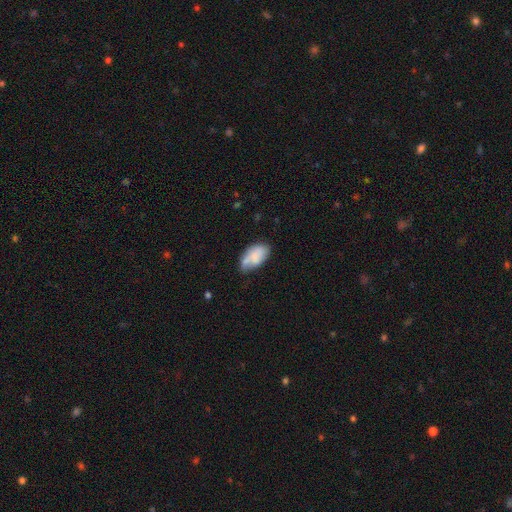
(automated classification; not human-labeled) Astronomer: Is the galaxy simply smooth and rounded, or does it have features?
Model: smooth — 71%.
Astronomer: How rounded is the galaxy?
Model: in between — 94%.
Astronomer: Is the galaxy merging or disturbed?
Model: none — 46% (runner-up: minor disturbance, 35%).